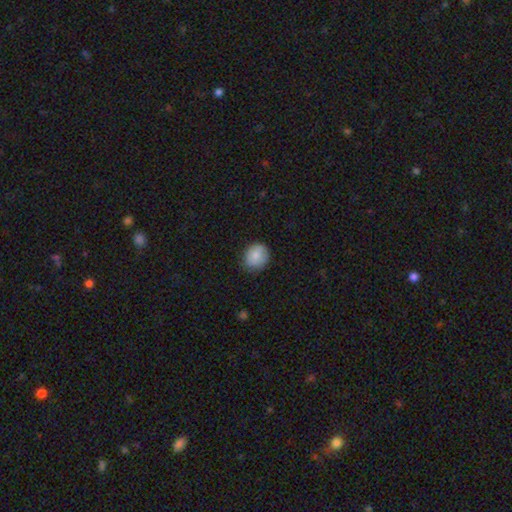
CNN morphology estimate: Smooth or featured? smooth (81%)
How rounded? round (77%)
Merging? none (78%)